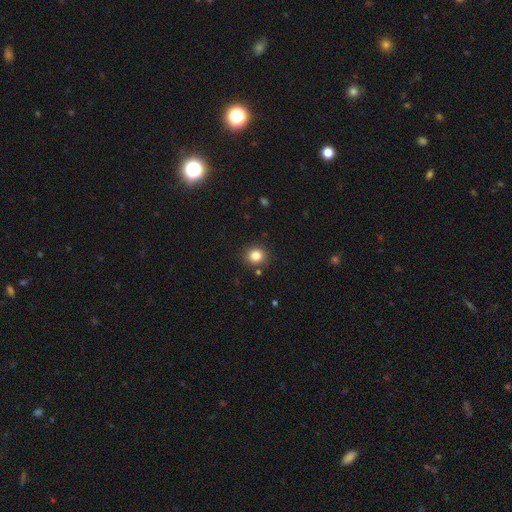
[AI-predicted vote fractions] Morphology: type=smooth (83%); roundness=round (88%); merging=none (87%).